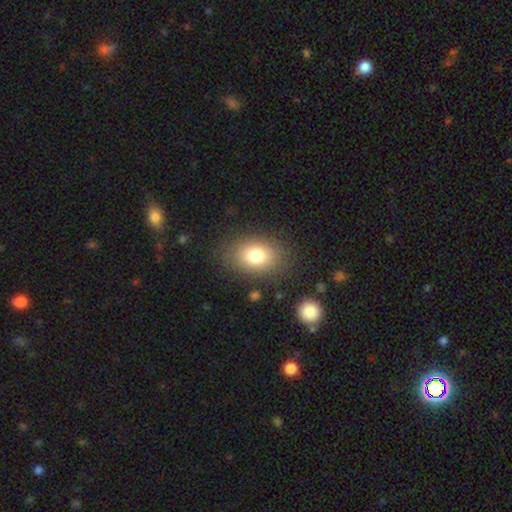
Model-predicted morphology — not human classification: Overall: smooth (80%). How rounded: in between (74%). Merging: none (82%).